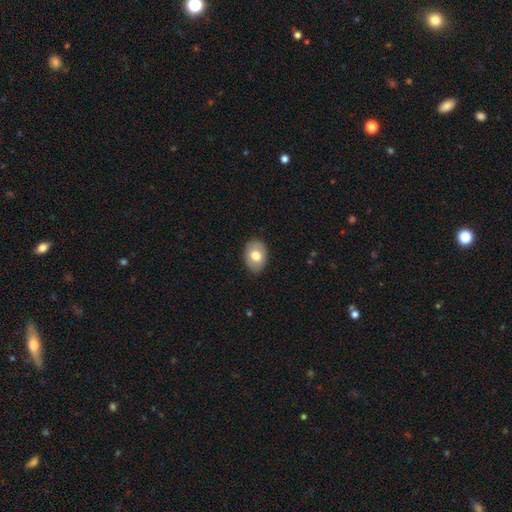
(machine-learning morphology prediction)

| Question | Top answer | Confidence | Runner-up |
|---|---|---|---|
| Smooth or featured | smooth | 72% | featured or disk (22%) |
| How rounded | in between | 79% | round (20%) |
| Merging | none | 86% | minor disturbance (11%) |